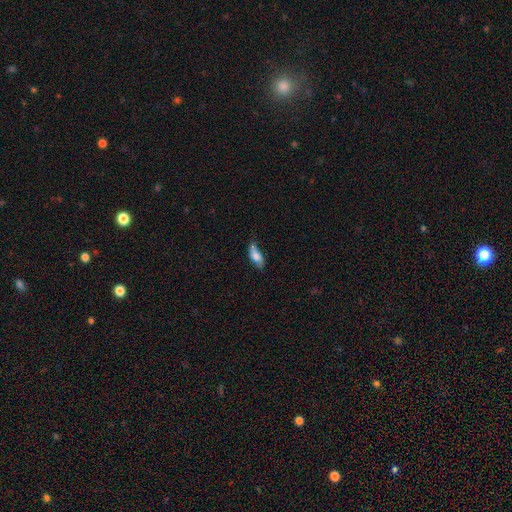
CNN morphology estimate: Q: Smooth or featured?
A: smooth (58%); runner-up: featured or disk (35%)
Q: How rounded?
A: in between (71%); runner-up: cigar-shaped (25%)
Q: Merging?
A: none (59%); runner-up: minor disturbance (30%)